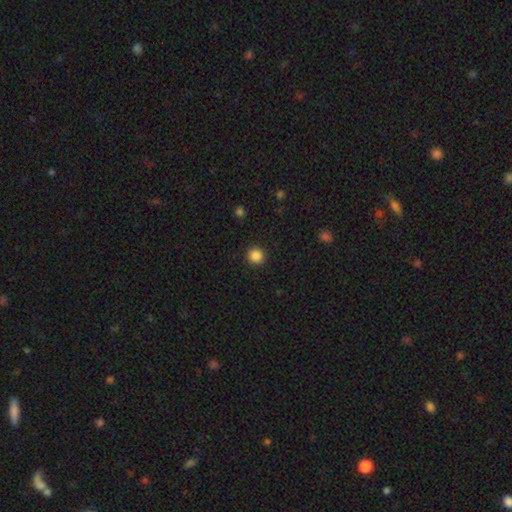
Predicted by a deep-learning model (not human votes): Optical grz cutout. It shows a smooth galaxy with no disk features (86%) that is round (94%). Merging: none (92%).